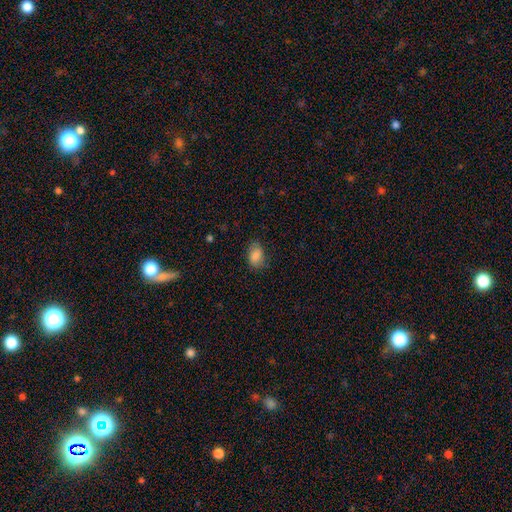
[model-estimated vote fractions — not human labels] Overall: smooth (84%). How rounded: in between (82%). Merging: none (71%).